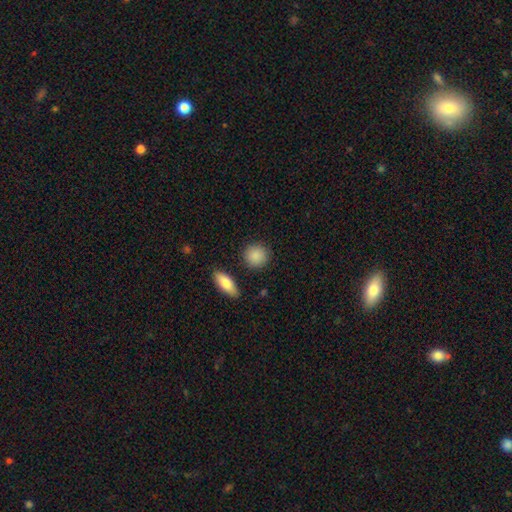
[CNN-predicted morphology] Smooth or featured? smooth (88%)
How rounded? round (86%)
Merging? none (87%)